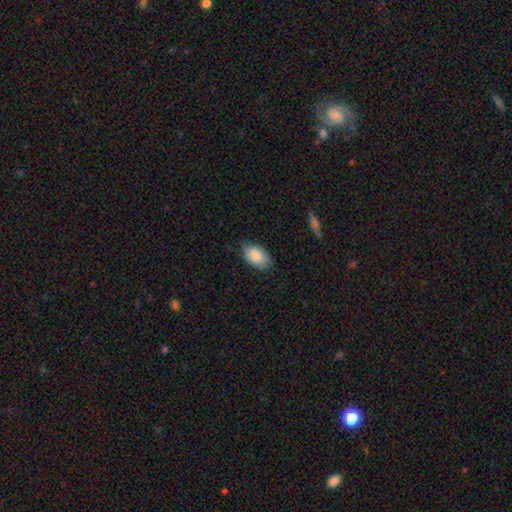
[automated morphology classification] The model was most divided on "merging": none: 76%, minor disturbance: 20%, major disturbance: 3%, merger: 1%. More confident: how rounded — in between (93%); smooth or featured — smooth (86%).